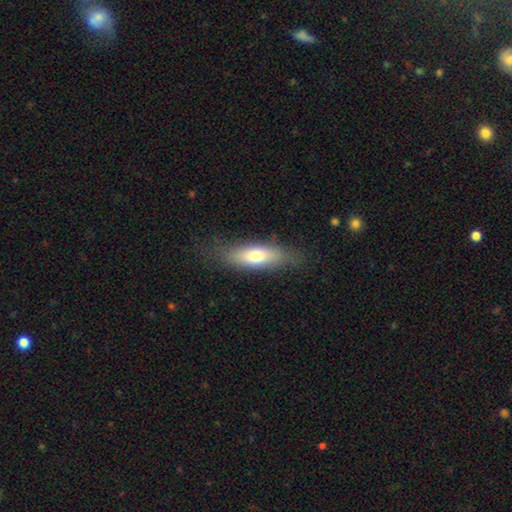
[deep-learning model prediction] smooth_or_featured: smooth (p=0.70) [alt: featured or disk p=0.23]
how_rounded: in between (p=0.65) [alt: cigar-shaped p=0.32]
merging: none (p=0.77) [alt: minor disturbance p=0.16]